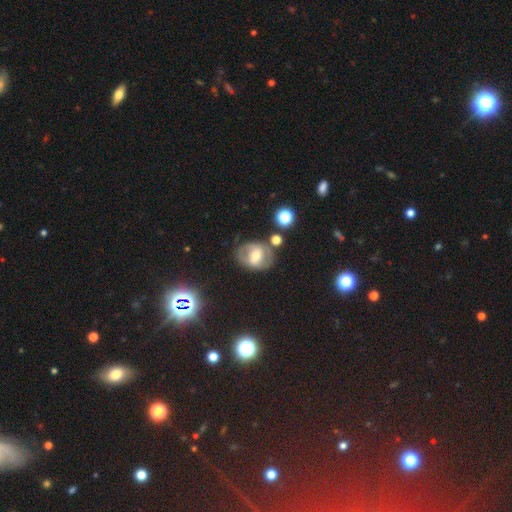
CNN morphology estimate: This is possibly a featured or disk galaxy (56%). It is clearly not viewed edge-on (94%). Bar: marginally weak (40%). Spiral arm pattern: possibly yes (57%). Central bulge: likely moderate (64%). Merging: likely none (69%).